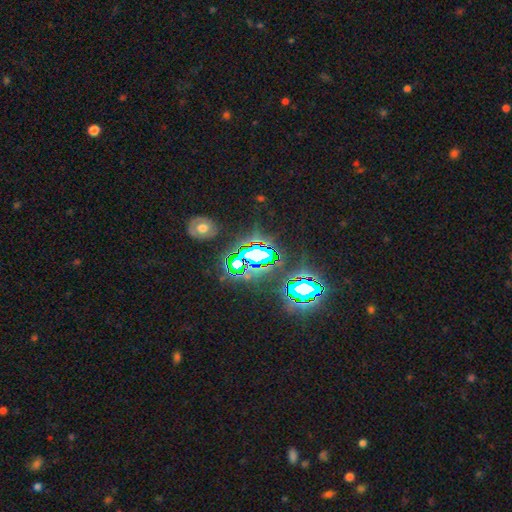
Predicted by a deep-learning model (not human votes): This is likely a star or artifact rather than a galaxy (72%).